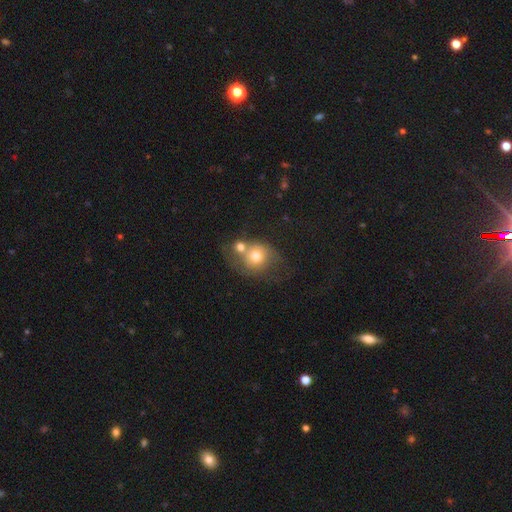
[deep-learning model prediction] Smooth or featured? smooth (64%)
How rounded? round (73%)
Merging? merger (48%)